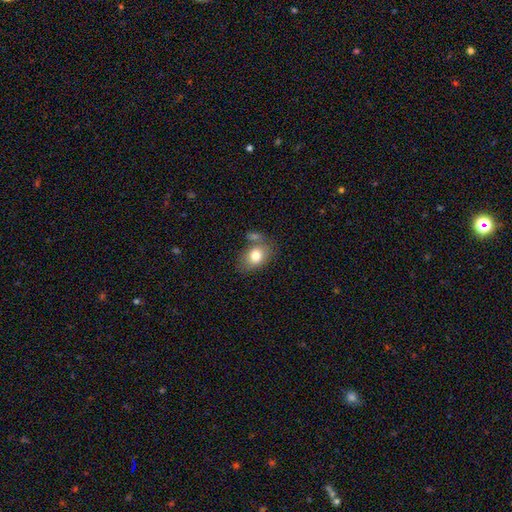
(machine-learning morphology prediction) Smooth or featured? smooth (78%)
How rounded? in between (73%)
Merging? none (53%)